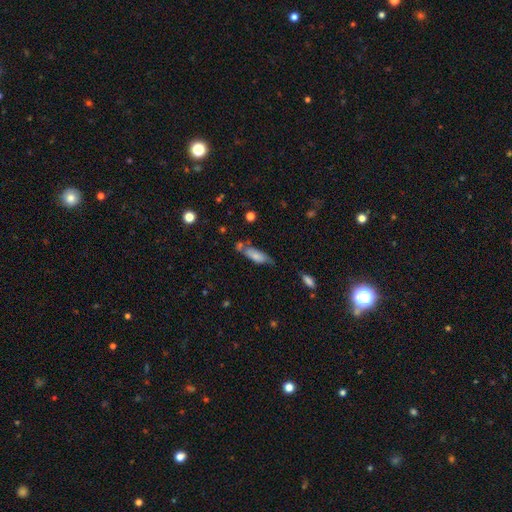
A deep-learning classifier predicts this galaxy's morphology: smooth 70%, featured or disk 22%, star or artifact 7%. Down the decision tree: how rounded — in between (54%); merging — none (52%).